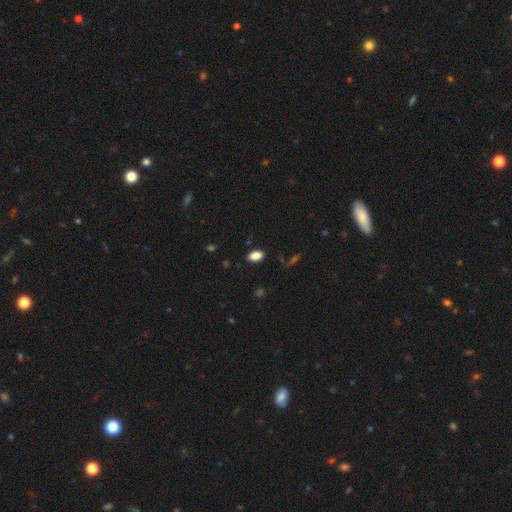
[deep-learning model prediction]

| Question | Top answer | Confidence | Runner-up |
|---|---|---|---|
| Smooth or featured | smooth | 86% | star or artifact (9%) |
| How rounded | in between | 91% | round (7%) |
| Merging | none | 86% | minor disturbance (10%) |